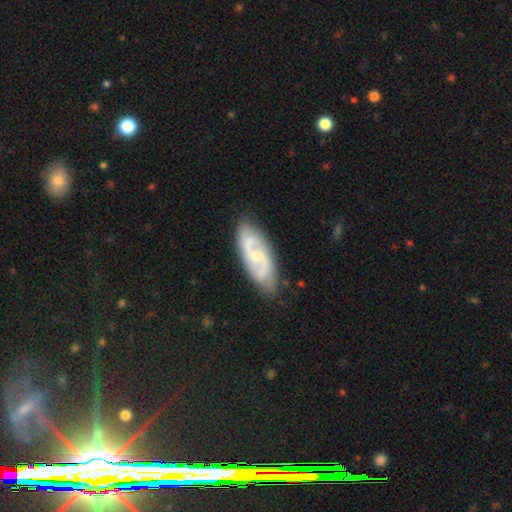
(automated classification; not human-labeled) This appears to be a featured or disk galaxy (78%) with a weak bar (45%), 2 (85%) medium (48%) spiral arms (90%) and a small central bulge (56%). Merging: none (81%).